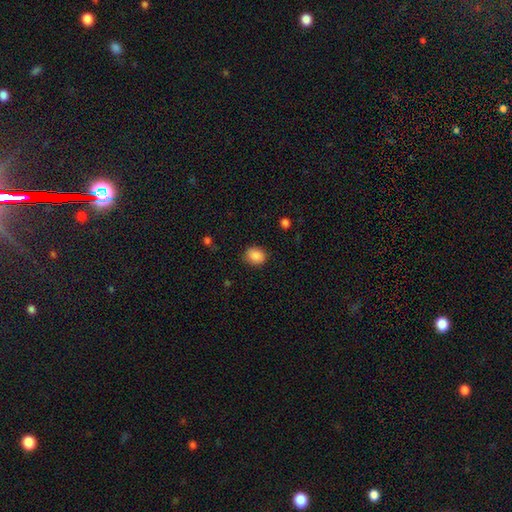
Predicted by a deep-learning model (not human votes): Smooth or featured: smooth — 88% (star or artifact — 9%)
How rounded: round — 57% (in between — 42%)
Merging: none — 85% (minor disturbance — 11%)